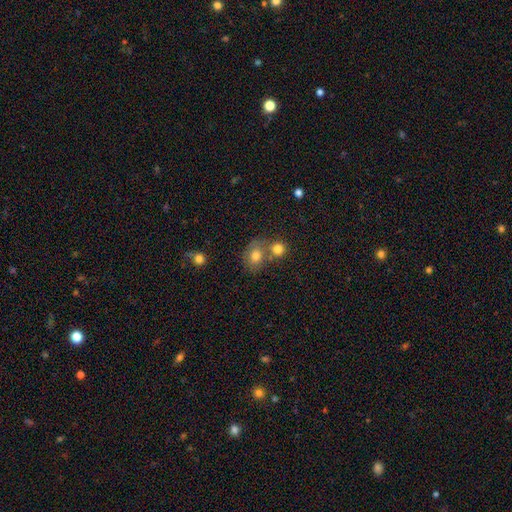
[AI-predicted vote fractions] smooth_or_featured: smooth (p=0.76) [alt: featured or disk p=0.13]
how_rounded: round (p=0.62) [alt: in between p=0.37]
merging: none (p=0.46) [alt: merger p=0.38]